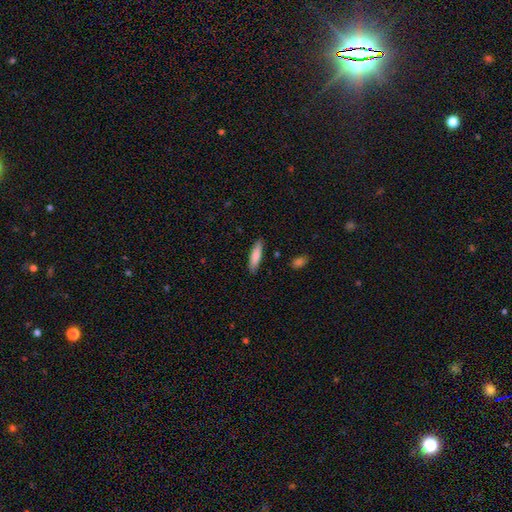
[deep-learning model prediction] Smooth or featured?
  - smooth: 81% *
  - featured or disk: 13%
  - star or artifact: 6%
How rounded?
  - cigar-shaped: 72% *
  - in between: 27%
  - round: 1%
Merging?
  - none: 88% *
  - minor disturbance: 9%
  - major disturbance: 2%
  - merger: 2%